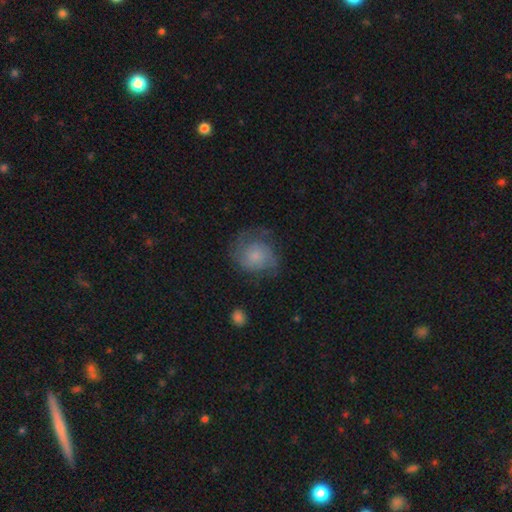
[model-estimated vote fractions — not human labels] Smooth or featured: smooth — 52% (featured or disk — 39%)
How rounded: round — 74% (in between — 25%)
Merging: none — 53% (minor disturbance — 26%)